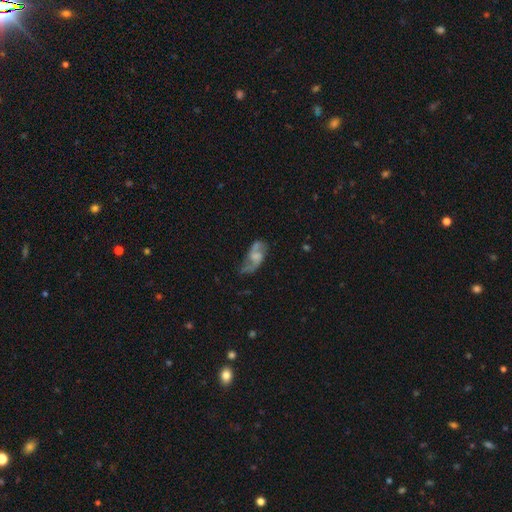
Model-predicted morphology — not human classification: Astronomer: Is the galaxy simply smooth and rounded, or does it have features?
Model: featured or disk — 68%.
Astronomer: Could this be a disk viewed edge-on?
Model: no — 94%.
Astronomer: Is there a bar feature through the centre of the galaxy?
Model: no — 50% (runner-up: weak, 41%).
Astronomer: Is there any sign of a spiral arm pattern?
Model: yes — 85%.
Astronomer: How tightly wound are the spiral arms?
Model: loose — 58%.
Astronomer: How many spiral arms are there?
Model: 2 — 85%.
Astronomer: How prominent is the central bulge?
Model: none — 36% (runner-up: moderate, 26%).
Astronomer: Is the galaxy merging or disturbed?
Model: none — 52%.